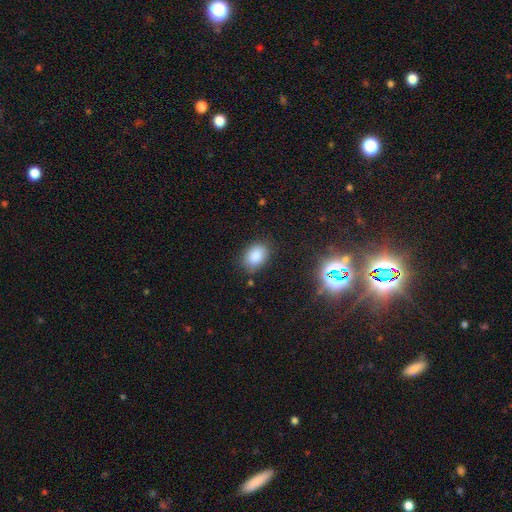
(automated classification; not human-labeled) Overall: smooth (86%). How rounded: in between (78%). Merging: none (80%).